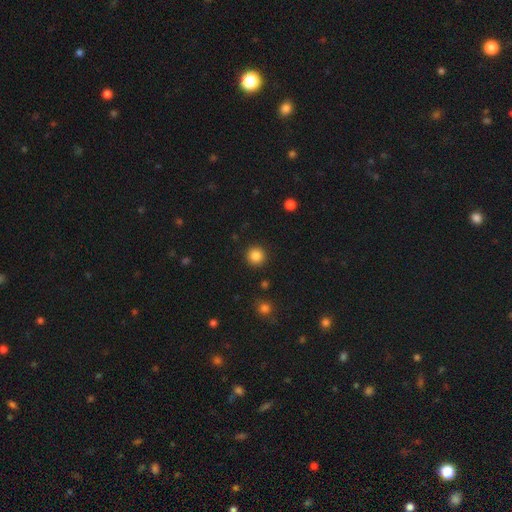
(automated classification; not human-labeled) The model was most divided on "smooth or featured": smooth: 86%, star or artifact: 11%, featured or disk: 4%. More confident: how rounded — round (95%); merging — none (92%).